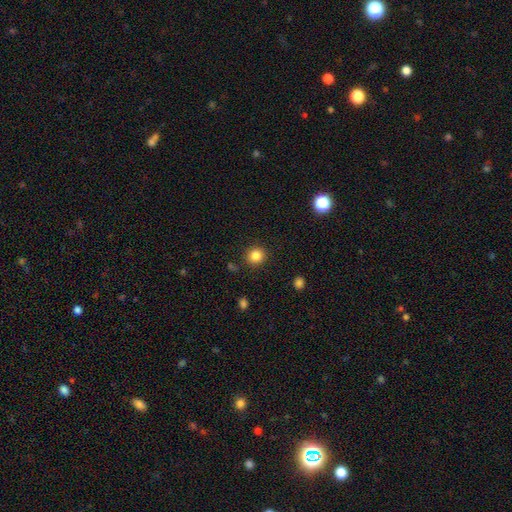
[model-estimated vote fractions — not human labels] smooth-or-featured: smooth: 84% | star or artifact: 11% | featured or disk: 4%
  how-rounded: round: 90% | in between: 9% | cigar-shaped: 1%
  merging: none: 89% | minor disturbance: 7% | major disturbance: 2% | merger: 2%